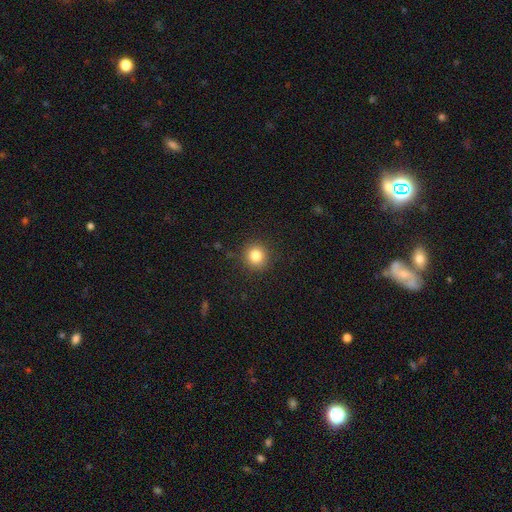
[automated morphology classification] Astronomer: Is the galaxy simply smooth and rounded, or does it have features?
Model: smooth — 83%.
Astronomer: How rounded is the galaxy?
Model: round — 92%.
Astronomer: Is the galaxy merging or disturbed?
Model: none — 91%.